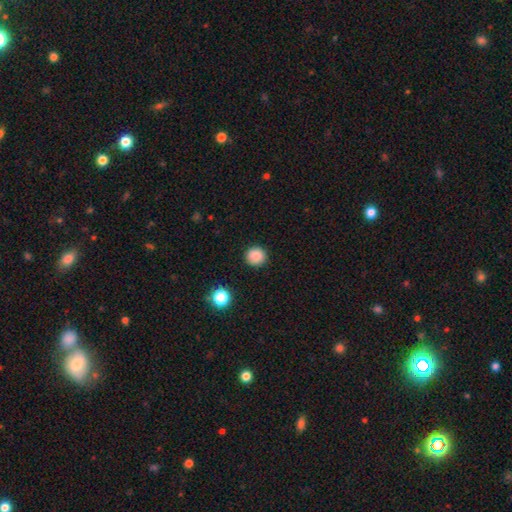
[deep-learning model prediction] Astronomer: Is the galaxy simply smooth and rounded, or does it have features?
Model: smooth — 87%.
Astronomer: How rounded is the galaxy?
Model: round — 94%.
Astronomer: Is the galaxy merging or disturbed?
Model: none — 92%.